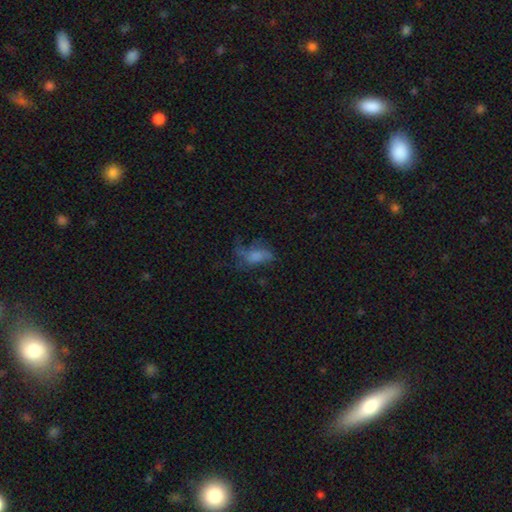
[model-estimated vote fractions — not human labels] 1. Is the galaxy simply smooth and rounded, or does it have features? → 55% smooth, 31% featured or disk, 15% star or artifact.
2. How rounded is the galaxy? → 83% in between, 10% round, 7% cigar-shaped.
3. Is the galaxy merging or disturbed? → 40% major disturbance, 34% none, 23% minor disturbance, 3% merger.